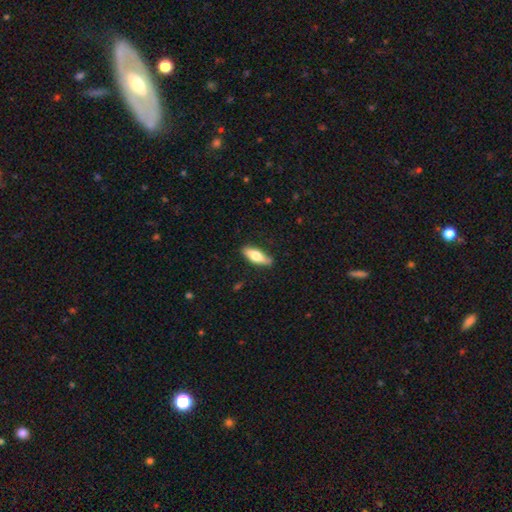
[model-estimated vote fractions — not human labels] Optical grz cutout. It shows a smooth galaxy with no disk features (65%) that is in between round and cigar-shaped (59%). Merging: none (83%).